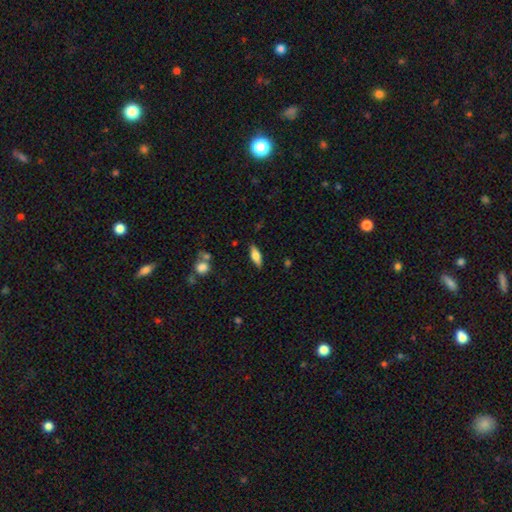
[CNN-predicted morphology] The model was most divided on "smooth or featured": smooth: 63%, featured or disk: 30%, star or artifact: 7%. More confident: merging — none (85%); how rounded — in between (68%).